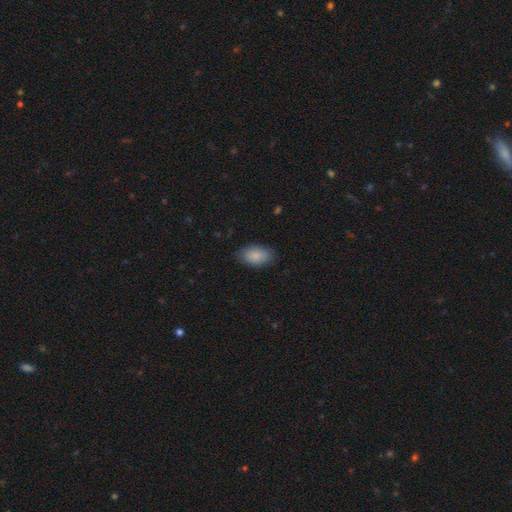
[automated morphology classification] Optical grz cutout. It shows a smooth galaxy with no disk features (86%) that is in between round and cigar-shaped (92%). Merging: none (81%).